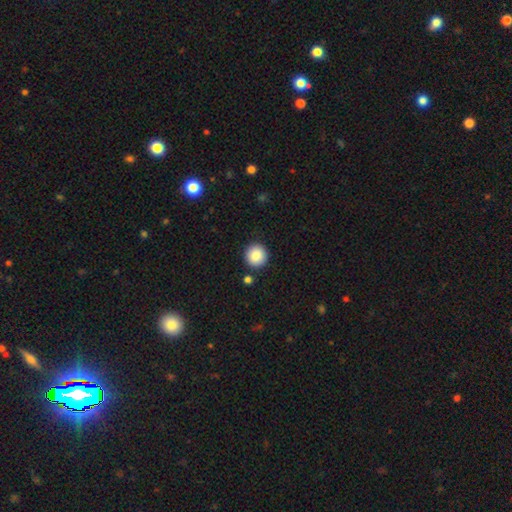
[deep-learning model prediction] This is clearly a smooth galaxy (88%). How rounded: clearly round (95%). Merging: clearly none (90%).